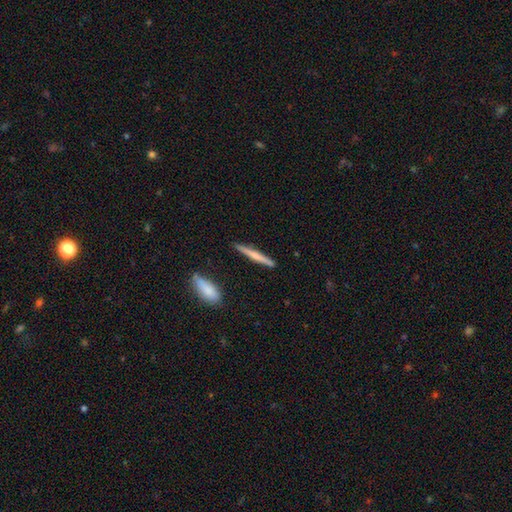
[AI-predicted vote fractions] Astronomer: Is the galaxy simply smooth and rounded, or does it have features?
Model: smooth — 51% (runner-up: featured or disk, 44%).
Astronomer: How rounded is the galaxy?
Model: cigar-shaped — 94%.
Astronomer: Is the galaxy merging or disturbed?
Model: none — 87%.